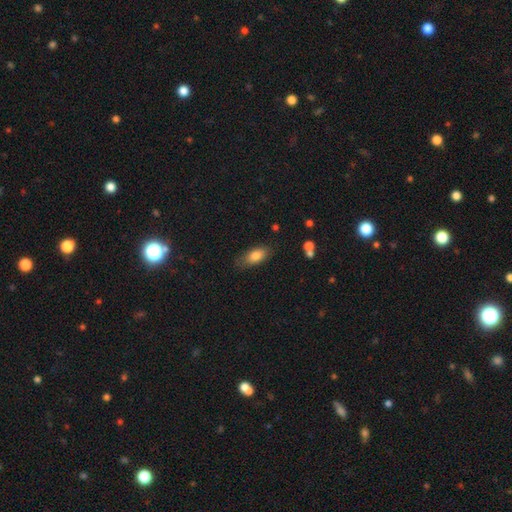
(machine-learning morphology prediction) Smooth or featured? smooth (82%)
How rounded? in between (85%)
Merging? none (73%)